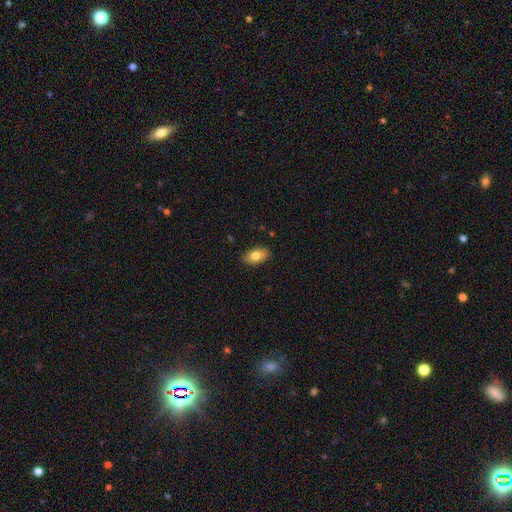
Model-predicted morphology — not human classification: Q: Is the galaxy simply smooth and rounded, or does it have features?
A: smooth — 78%.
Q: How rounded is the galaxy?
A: in between — 91%.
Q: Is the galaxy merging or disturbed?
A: none — 87%.